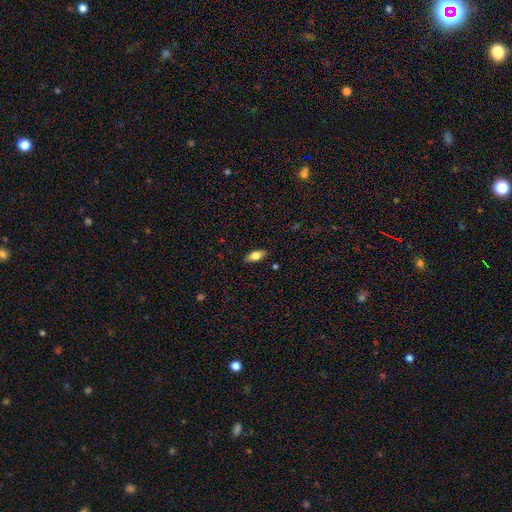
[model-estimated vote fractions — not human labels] smooth_or_featured: smooth (p=0.72) [alt: featured or disk p=0.21]
how_rounded: in between (p=0.83) [alt: cigar-shaped p=0.13]
merging: none (p=0.86) [alt: minor disturbance p=0.10]